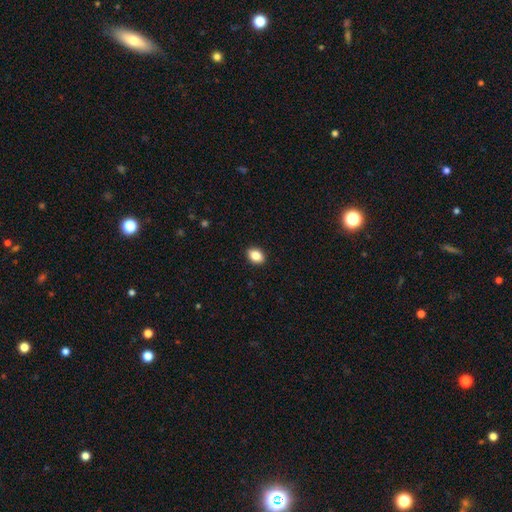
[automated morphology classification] type=smooth (86%); roundness=in between (76%); merging=none (91%).